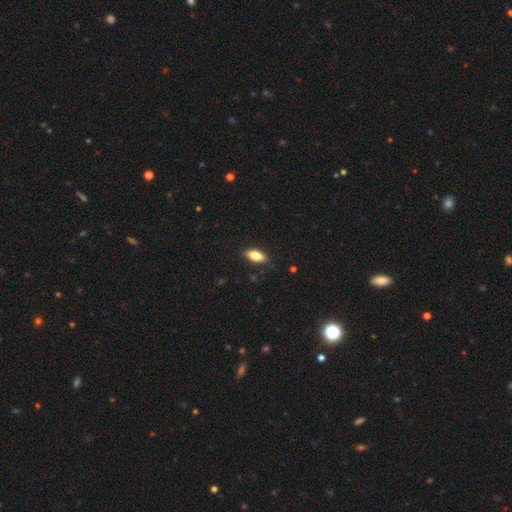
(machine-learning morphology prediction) This appears to be a smooth galaxy with no disk features (74%) that is in between round and cigar-shaped (83%). Merging: none (88%).